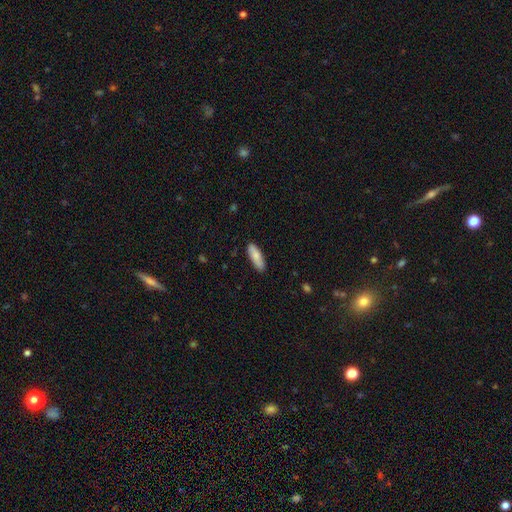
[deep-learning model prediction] smooth_or_featured: smooth (p=0.83) [alt: featured or disk p=0.12]
how_rounded: in between (p=0.54) [alt: cigar-shaped p=0.44]
merging: none (p=0.86) [alt: minor disturbance p=0.10]